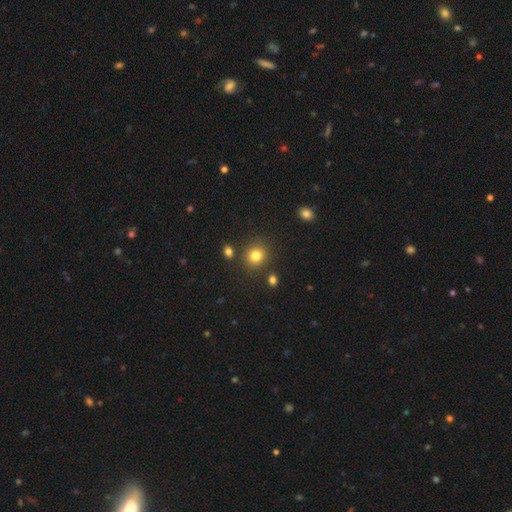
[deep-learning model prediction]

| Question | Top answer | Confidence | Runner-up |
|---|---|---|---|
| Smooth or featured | smooth | 82% | star or artifact (13%) |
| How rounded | round | 83% | in between (16%) |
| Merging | none | 84% | minor disturbance (8%) |